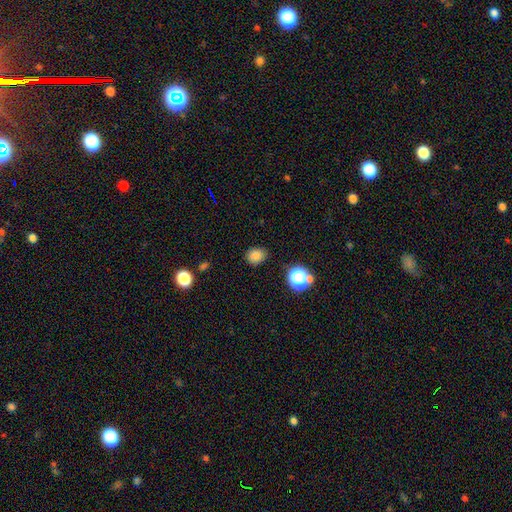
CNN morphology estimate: A smooth galaxy with no disk features (81%) that is round (58%). Merging: none (83%).